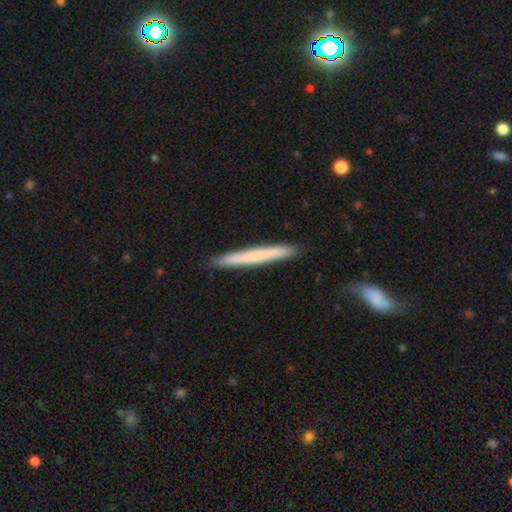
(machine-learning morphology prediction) type=smooth (62%); roundness=cigar-shaped (97%); merging=none (89%).